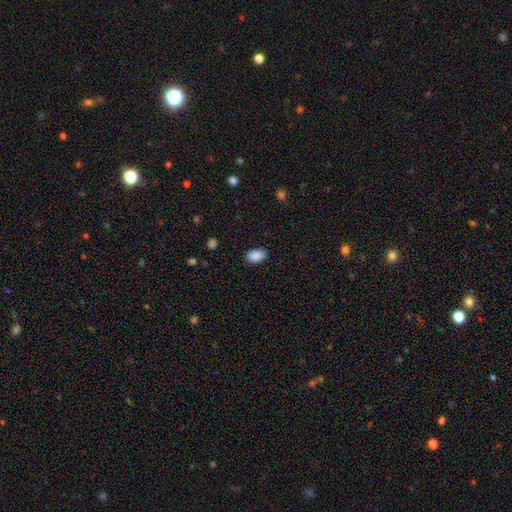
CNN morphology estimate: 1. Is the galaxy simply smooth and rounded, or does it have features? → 90% smooth, 8% star or artifact, 3% featured or disk.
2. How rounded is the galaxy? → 91% in between, 8% round, 1% cigar-shaped.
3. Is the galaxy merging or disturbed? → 86% none, 11% minor disturbance, 3% major disturbance, 1% merger.